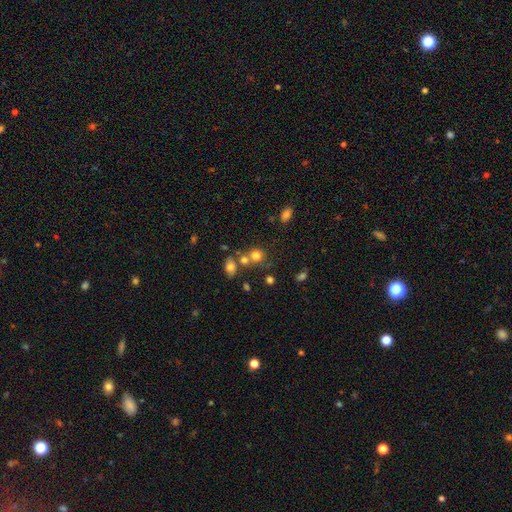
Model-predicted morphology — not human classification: This appears to be a smooth galaxy with no disk features (76%) that is round (78%). Merging: none (52%).